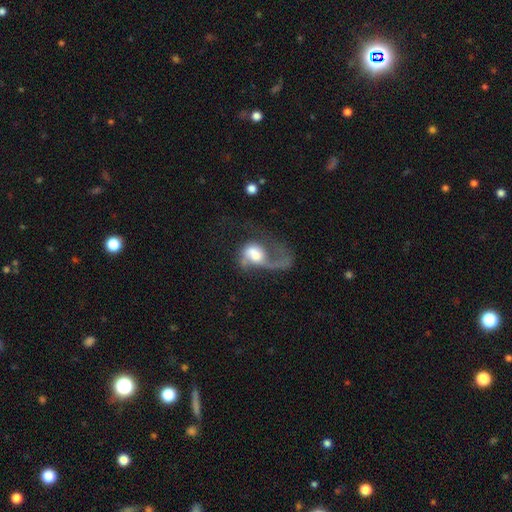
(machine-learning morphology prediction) type=featured or disk (64%); edge-on=no (97%); bar=no (63%); spiral arms=yes (80%); bulge=large (38%); merging=major disturbance (60%).